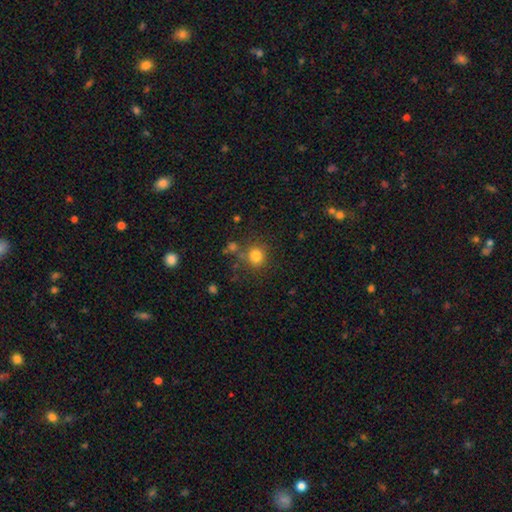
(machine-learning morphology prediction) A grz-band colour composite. It shows a smooth galaxy with no disk features (79%) that is round (89%). Merging: none (78%).